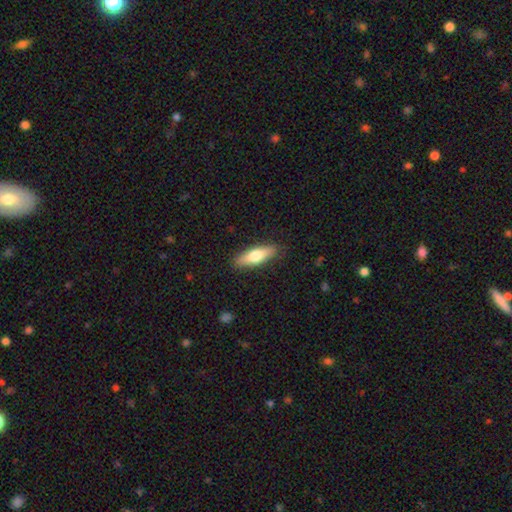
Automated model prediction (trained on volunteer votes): Smooth or featured? smooth (67%)
How rounded? cigar-shaped (52%)
Merging? none (87%)